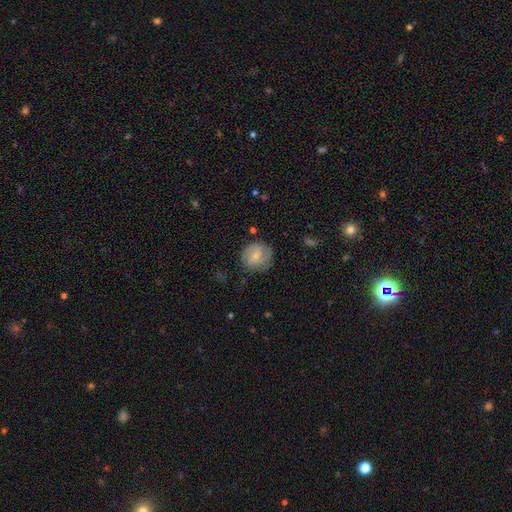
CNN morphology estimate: Smooth or featured? Predicted: featured or disk (p=0.59). Edge-on disk? Predicted: no (p=0.97). Bar? Predicted: no (p=0.48). Spiral arms? Predicted: yes (p=0.88). Spiral winding? Predicted: tight (p=0.44). Spiral arm count? Predicted: 2 (p=0.58). Bulge size? Predicted: small (p=0.68). Merging? Predicted: none (p=0.73).